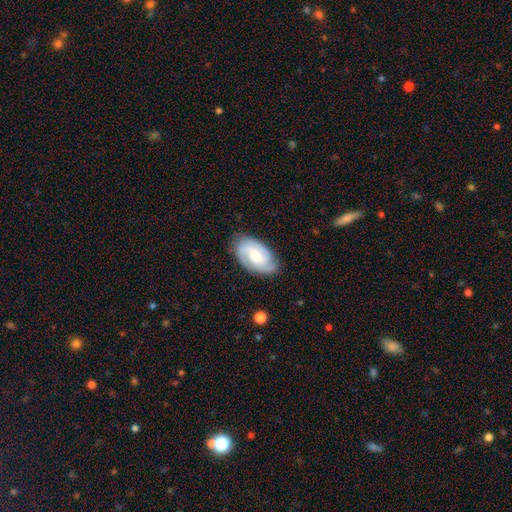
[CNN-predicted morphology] A featured or disk galaxy (74%) with no bar (59%), 2 (44%) tight (45%) spiral arms (94%) and a moderate central bulge (63%). Merging: none (78%).